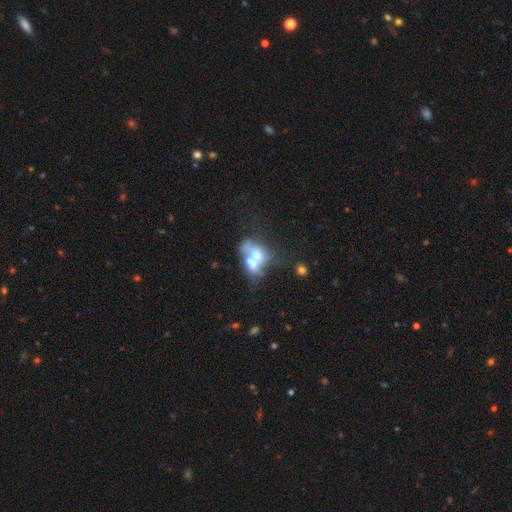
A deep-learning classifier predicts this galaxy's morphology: Smooth or featured: smooth — 46% (featured or disk — 42%)
Merging: merger — 66% (none — 14%)